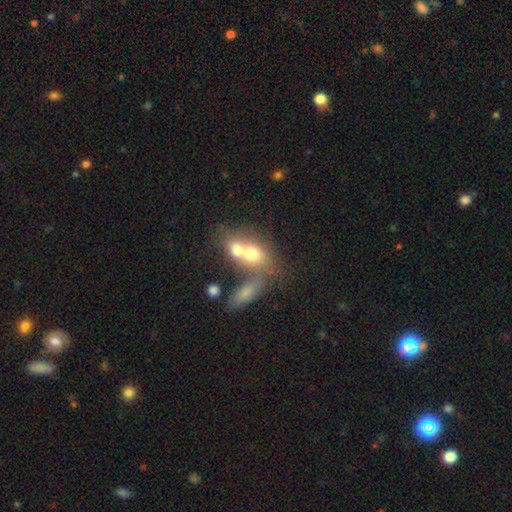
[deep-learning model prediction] Overall: smooth (66%). How rounded: in between (56%; round 39%). Merging: merger (69%).